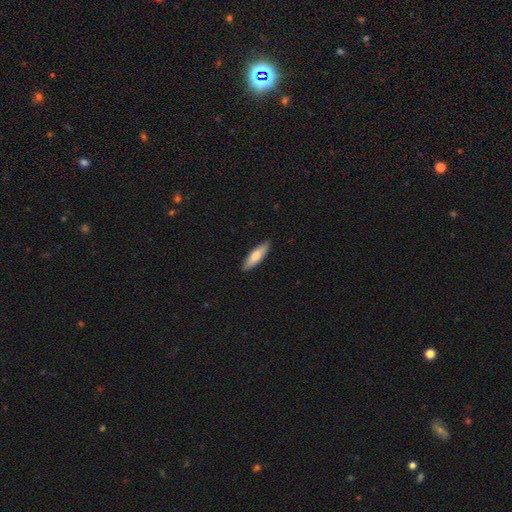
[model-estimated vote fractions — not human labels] The model was most divided on "how rounded": cigar-shaped: 55%, in between: 43%, round: 2%. More confident: merging — none (89%); smooth or featured — smooth (73%).